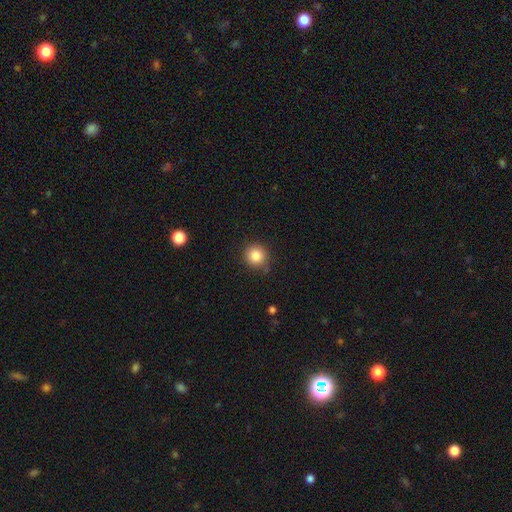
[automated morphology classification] smooth 84%, star or artifact 10%, featured or disk 6%. Down the decision tree: how rounded — round (91%); merging — none (83%).